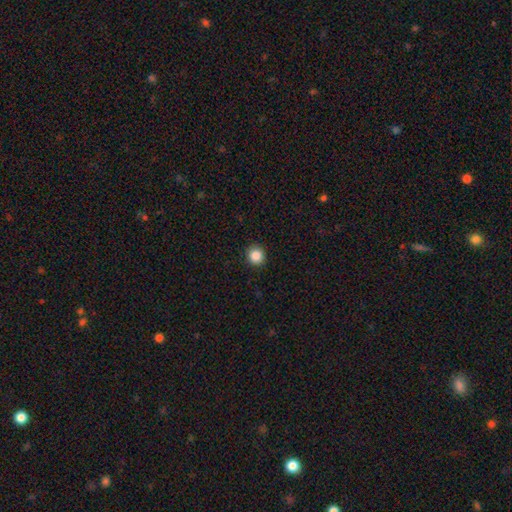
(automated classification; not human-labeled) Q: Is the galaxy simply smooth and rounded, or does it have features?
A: smooth — 87%.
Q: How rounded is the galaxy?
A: round — 89%.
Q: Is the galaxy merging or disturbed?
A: none — 91%.